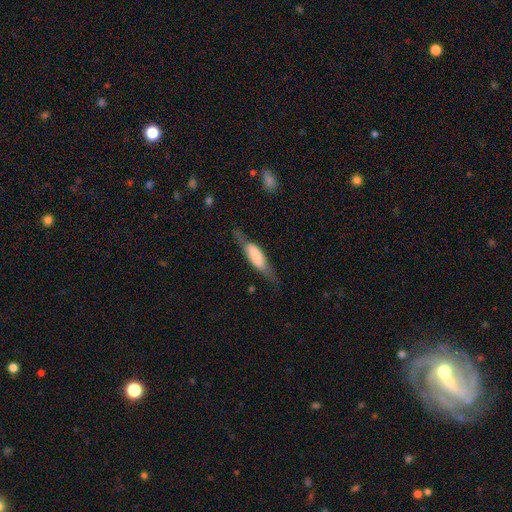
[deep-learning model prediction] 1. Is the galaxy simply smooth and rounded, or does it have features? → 53% smooth, 41% featured or disk, 6% star or artifact.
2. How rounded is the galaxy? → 60% cigar-shaped, 38% in between, 2% round.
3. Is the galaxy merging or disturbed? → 62% none, 23% minor disturbance, 12% major disturbance, 2% merger.